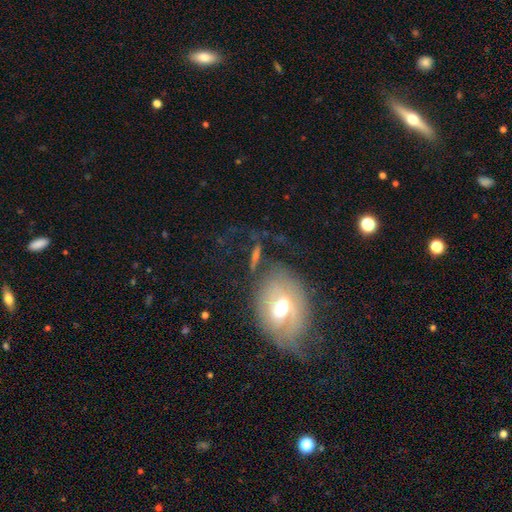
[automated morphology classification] Q: Smooth or featured?
A: featured or disk (50%); runner-up: smooth (31%)
Q: Edge-on disk?
A: no (80%); runner-up: yes (20%)
Q: Merging?
A: none (50%); runner-up: major disturbance (21%)